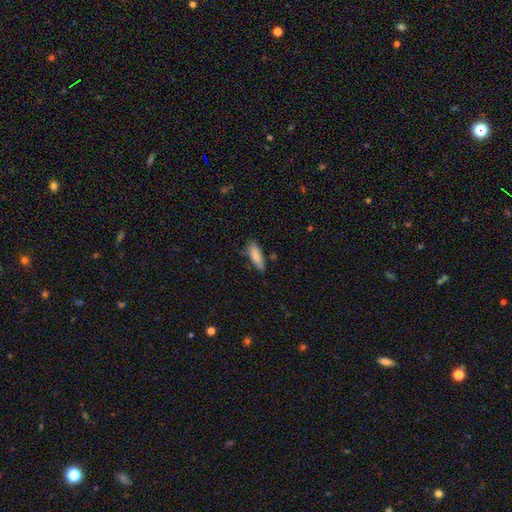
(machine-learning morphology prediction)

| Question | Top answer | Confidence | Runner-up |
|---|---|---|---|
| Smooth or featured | smooth | 86% | featured or disk (8%) |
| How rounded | in between | 56% | cigar-shaped (42%) |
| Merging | none | 69% | minor disturbance (23%) |